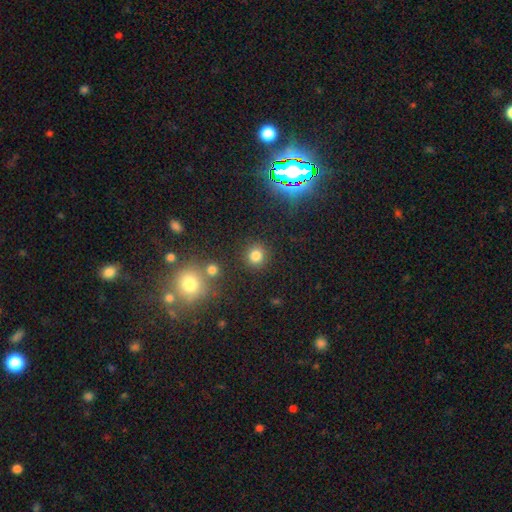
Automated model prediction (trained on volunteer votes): A smooth galaxy with no disk features (79%) that is round (89%). Merging: none (86%).